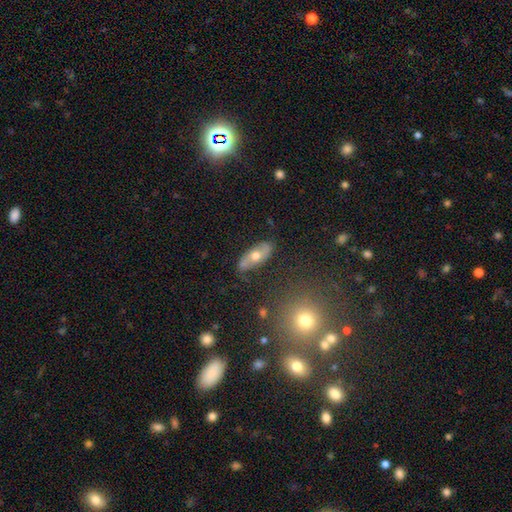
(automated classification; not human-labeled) Overall: featured or disk (52%; smooth 40%). Edge-on disk: no (76%). Merging: none (76%).